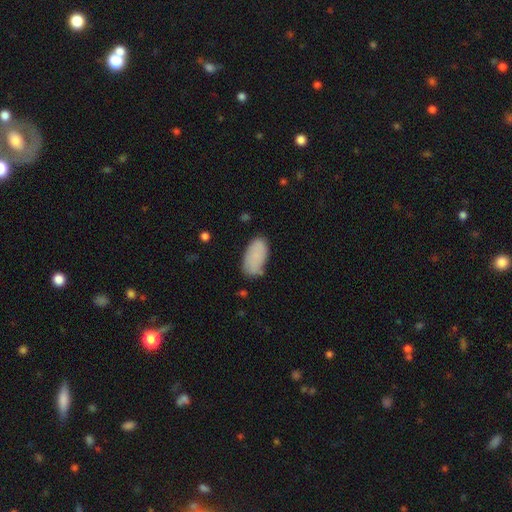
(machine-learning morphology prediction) Q: Smooth or featured?
A: smooth (85%); runner-up: featured or disk (8%)
Q: How rounded?
A: in between (94%); runner-up: cigar-shaped (3%)
Q: Merging?
A: none (70%); runner-up: minor disturbance (22%)